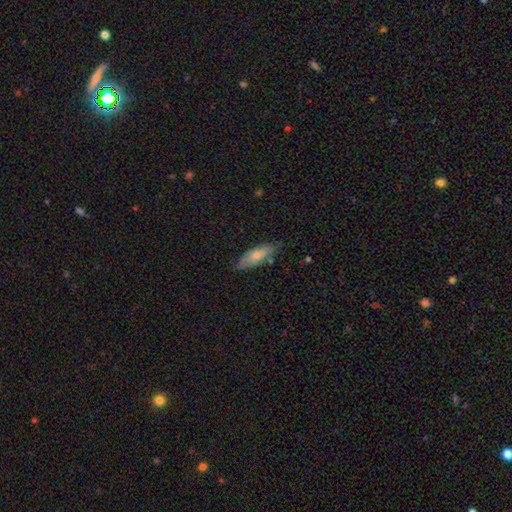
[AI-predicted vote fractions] Overall: smooth (54%; featured or disk 37%). How rounded: in between (50%; cigar-shaped 48%). Merging: none (80%).